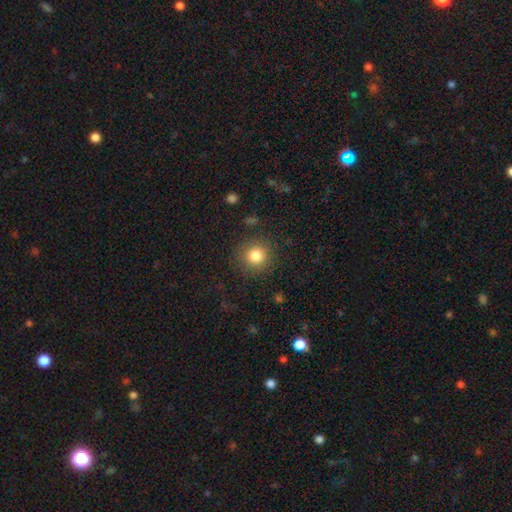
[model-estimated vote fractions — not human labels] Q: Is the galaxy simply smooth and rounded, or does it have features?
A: smooth — 83%.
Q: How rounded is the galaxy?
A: round — 93%.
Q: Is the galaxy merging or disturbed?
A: none — 86%.